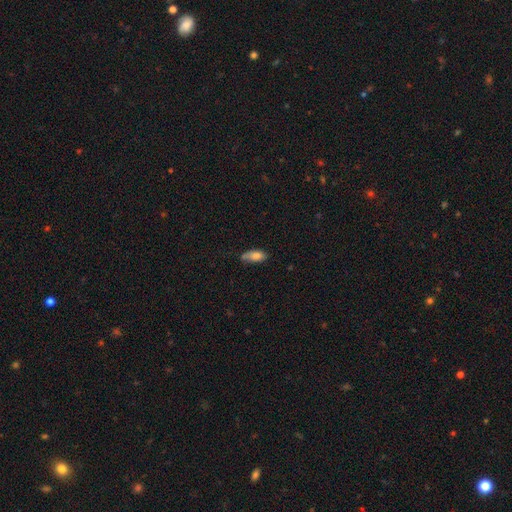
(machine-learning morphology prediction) This appears to be a smooth galaxy with no disk features (78%) that is in between round and cigar-shaped (81%). Merging: none (59%).